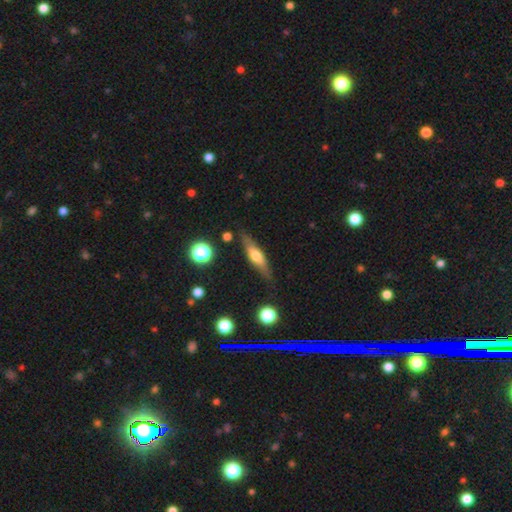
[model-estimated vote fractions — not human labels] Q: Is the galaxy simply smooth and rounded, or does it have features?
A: featured or disk — 50%.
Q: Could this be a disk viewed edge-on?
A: yes — 88%.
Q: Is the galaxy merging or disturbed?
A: none — 81%.